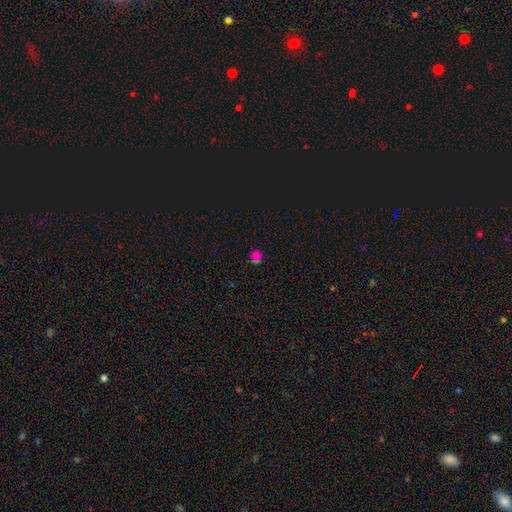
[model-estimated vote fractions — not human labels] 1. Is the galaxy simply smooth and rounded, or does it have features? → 67% smooth, 27% star or artifact, 6% featured or disk.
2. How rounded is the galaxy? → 87% round, 12% in between, 1% cigar-shaped.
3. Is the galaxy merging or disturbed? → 77% none, 13% minor disturbance, 6% merger, 4% major disturbance.